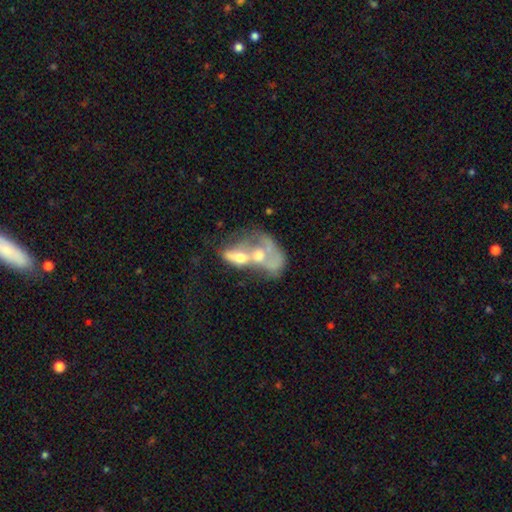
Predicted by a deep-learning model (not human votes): A featured or disk galaxy (59%) with no bar (82%), no spiral arms (73%) and a moderate central bulge (60%). Merging: merger (76%).